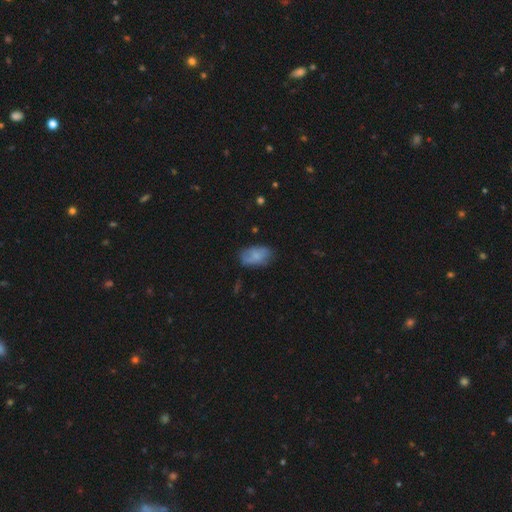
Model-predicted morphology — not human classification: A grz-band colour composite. It shows a smooth galaxy with no disk features (73%) that is in between round and cigar-shaped (92%). Merging: none (64%).